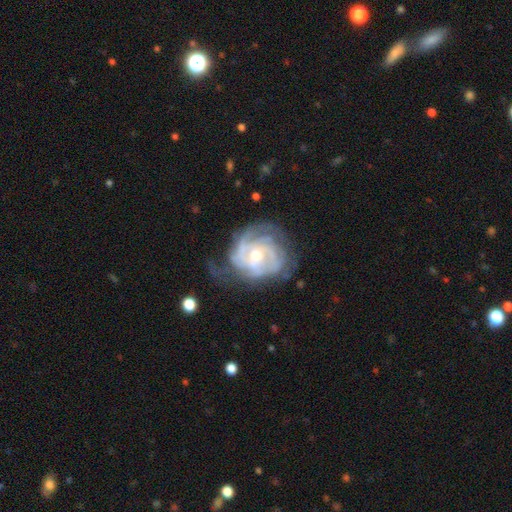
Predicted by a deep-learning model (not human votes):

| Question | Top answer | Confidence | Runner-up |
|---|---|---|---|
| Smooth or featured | featured or disk | 86% | smooth (8%) |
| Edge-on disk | no | 97% | yes (3%) |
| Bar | no | 67% | weak (27%) |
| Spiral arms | yes | 94% | no (6%) |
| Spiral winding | tight | 66% | medium (27%) |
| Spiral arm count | can't tell | 34% | 3 (26%) |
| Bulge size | moderate | 56% | small (39%) |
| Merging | none | 58% | minor disturbance (24%) |